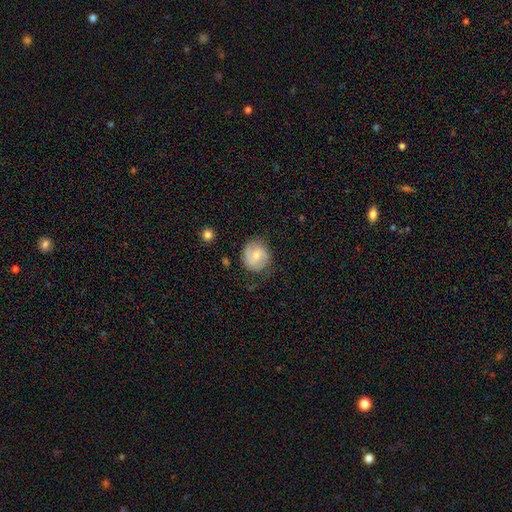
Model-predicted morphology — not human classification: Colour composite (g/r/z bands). It shows a featured or disk galaxy (54%) with a weak bar (51%), spiral arms (86%) and a moderate central bulge (53%). Merging: none (71%).